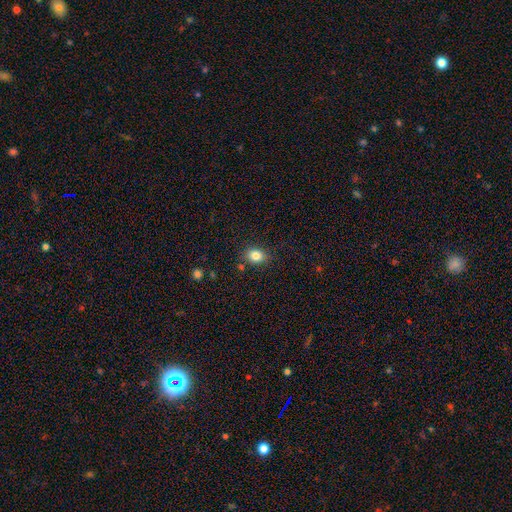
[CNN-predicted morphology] This appears to be a smooth galaxy with no disk features (83%) that is in between round and cigar-shaped (54%). Merging: none (84%).